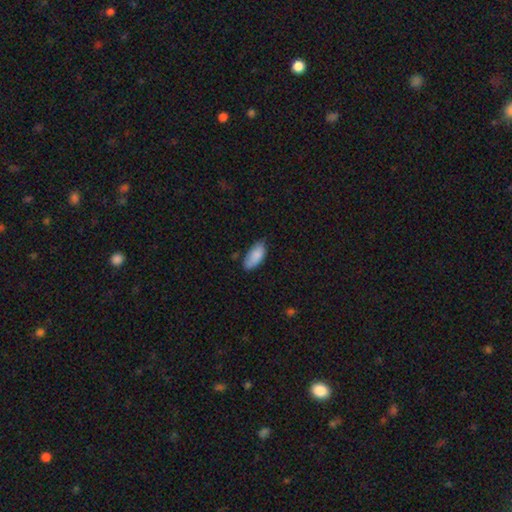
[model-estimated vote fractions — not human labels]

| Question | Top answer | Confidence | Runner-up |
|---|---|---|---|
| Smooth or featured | smooth | 86% | featured or disk (8%) |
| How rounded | in between | 90% | cigar-shaped (8%) |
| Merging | none | 64% | minor disturbance (29%) |